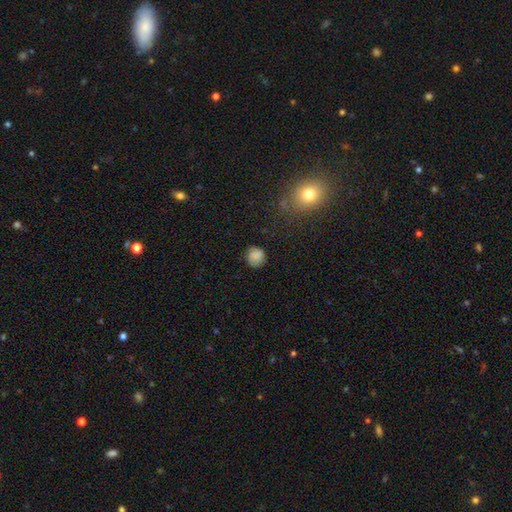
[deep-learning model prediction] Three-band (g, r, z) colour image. It shows a smooth galaxy with no disk features (82%) that is round (86%). Merging: none (78%).